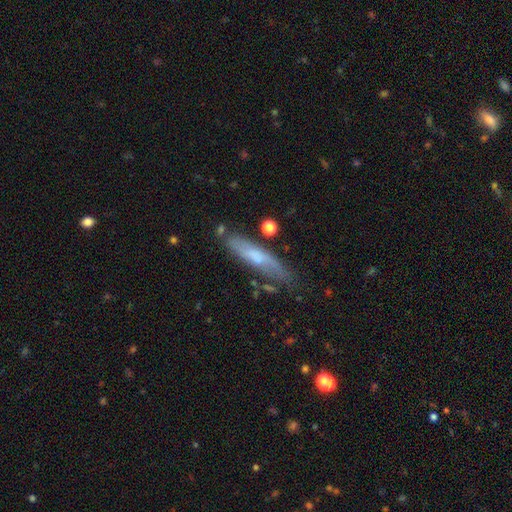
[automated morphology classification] Smooth or featured: smooth — 50% (featured or disk — 43%)
Merging: none — 68% (minor disturbance — 22%)